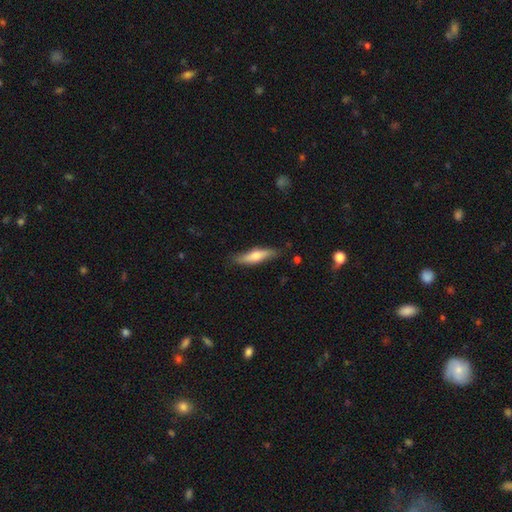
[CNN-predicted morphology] A smooth galaxy with no disk features (53%) that is cigar-shaped (74%).

Vote fractions:
- Smooth or featured? smooth: 53% / featured or disk: 42% / star or artifact: 6%
- How rounded? cigar-shaped: 74% / in between: 24% / round: 2%
- Merging? none: 82% / minor disturbance: 14% / major disturbance: 3% / merger: 2%